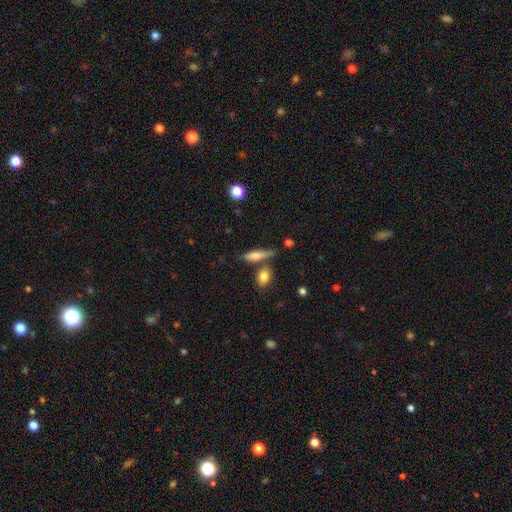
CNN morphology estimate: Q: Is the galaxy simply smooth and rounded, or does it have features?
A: smooth — 70%.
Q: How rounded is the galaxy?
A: cigar-shaped — 63%.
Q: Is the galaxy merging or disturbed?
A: none — 61%.